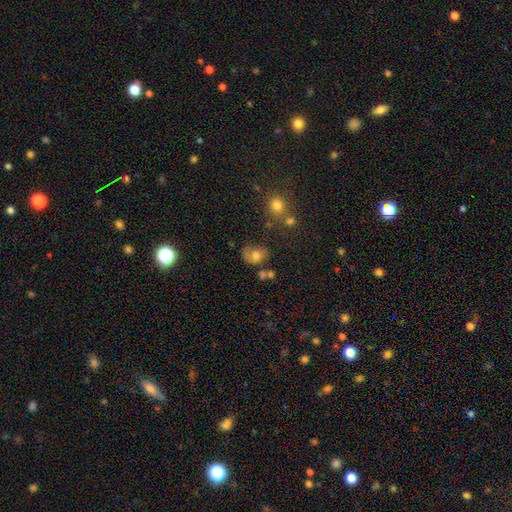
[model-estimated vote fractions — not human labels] Smooth or featured: smooth — 66% (featured or disk — 22%)
How rounded: in between — 55% (round — 44%)
Merging: none — 45% (minor disturbance — 27%)